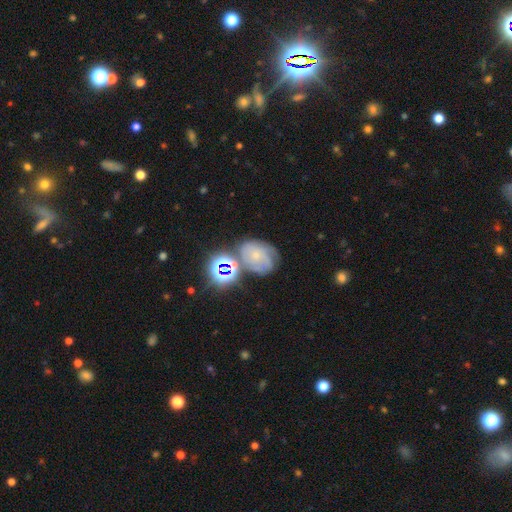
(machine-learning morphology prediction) A featured or disk galaxy (50%).

Vote fractions:
- Smooth or featured? featured or disk: 50% / smooth: 25% / star or artifact: 25%
- Edge-on disk? no: 97% / yes: 3%
- Merging? none: 52% / minor disturbance: 22% / merger: 14% / major disturbance: 12%